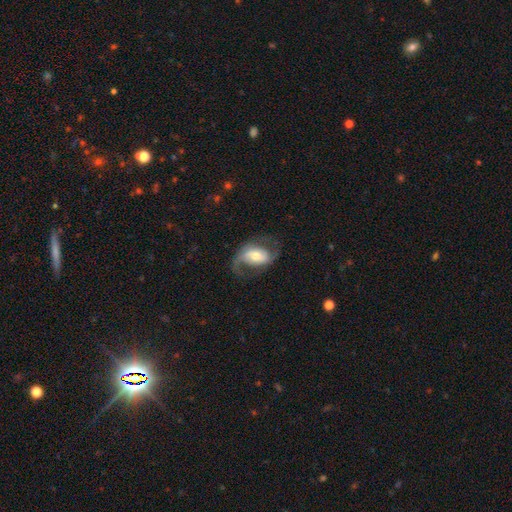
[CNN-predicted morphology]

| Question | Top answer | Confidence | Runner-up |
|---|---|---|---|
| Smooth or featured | featured or disk | 75% | smooth (19%) |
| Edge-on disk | no | 96% | yes (4%) |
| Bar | no | 38% | weak (37%) |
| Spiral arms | yes | 91% | no (9%) |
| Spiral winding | loose | 51% | medium (39%) |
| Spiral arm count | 2 | 79% | 1 (14%) |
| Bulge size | moderate | 55% | small (31%) |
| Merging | none | 61% | major disturbance (19%) |